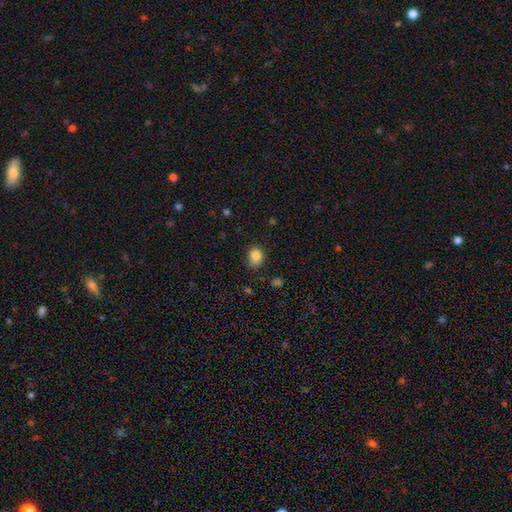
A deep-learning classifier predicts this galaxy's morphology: smooth-or-featured: smooth: 85% | star or artifact: 10% | featured or disk: 5%
  how-rounded: round: 52% | in between: 47% | cigar-shaped: 1%
  merging: none: 70% | minor disturbance: 23% | major disturbance: 5% | merger: 2%